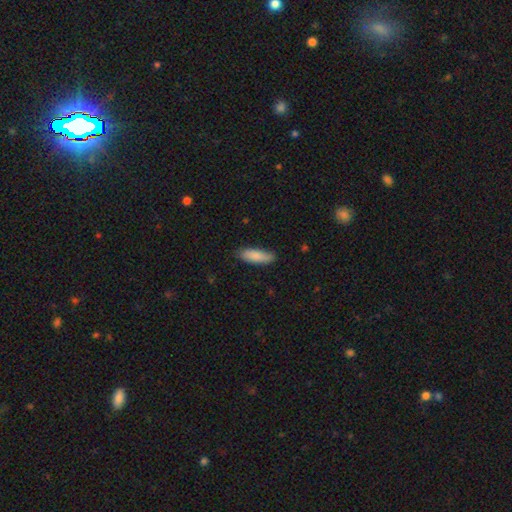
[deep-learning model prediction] Smooth or featured?
  - smooth: 85% *
  - featured or disk: 9%
  - star or artifact: 6%
How rounded?
  - in between: 60% *
  - cigar-shaped: 38%
  - round: 2%
Merging?
  - none: 81% *
  - minor disturbance: 15%
  - major disturbance: 2%
  - merger: 1%